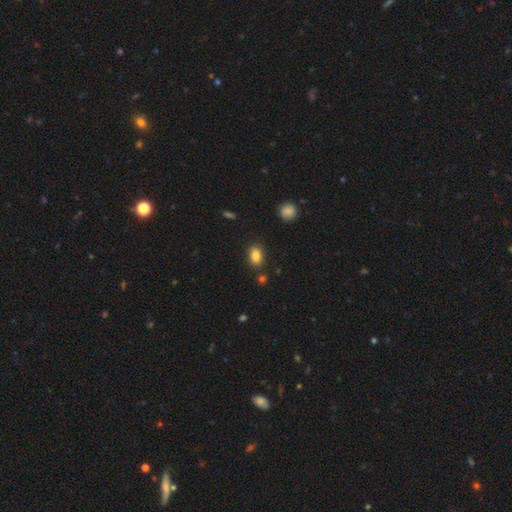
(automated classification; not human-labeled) Q: Smooth or featured?
A: smooth (85%); runner-up: star or artifact (9%)
Q: How rounded?
A: in between (83%); runner-up: round (15%)
Q: Merging?
A: none (83%); runner-up: minor disturbance (10%)